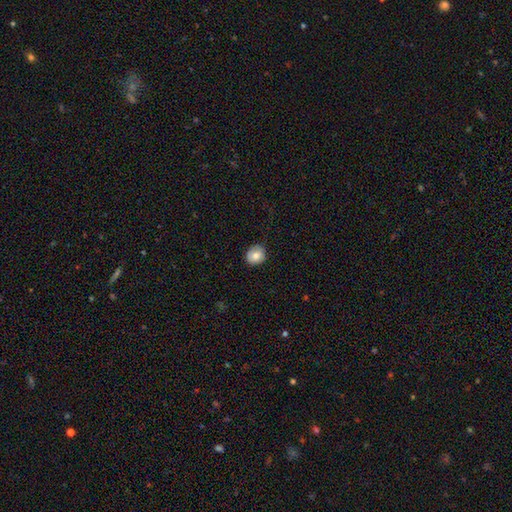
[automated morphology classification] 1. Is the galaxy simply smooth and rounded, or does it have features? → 77% smooth, 15% featured or disk, 8% star or artifact.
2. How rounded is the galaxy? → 84% round, 15% in between, 1% cigar-shaped.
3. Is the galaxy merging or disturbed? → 85% none, 12% minor disturbance, 2% major disturbance, 1% merger.